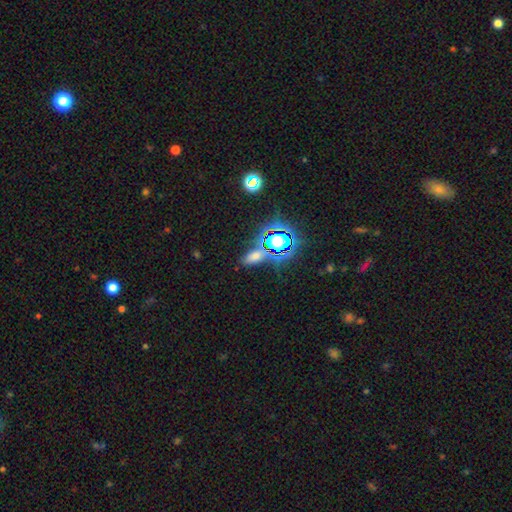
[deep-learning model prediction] Smooth or featured? Predicted: smooth (p=0.49). Merging? Predicted: none (p=0.71).